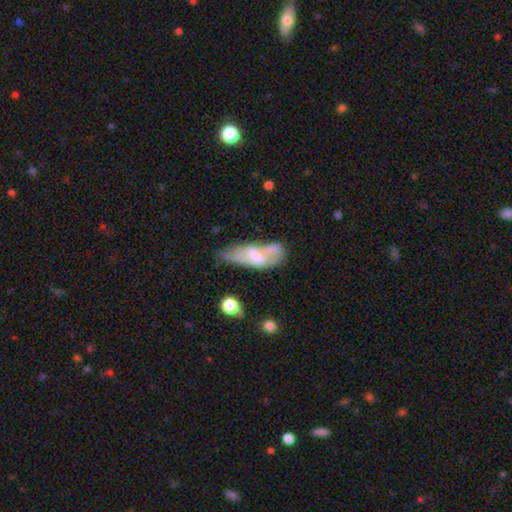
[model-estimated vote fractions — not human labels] Q: Smooth or featured?
A: smooth (46%); runner-up: featured or disk (45%)
Q: Merging?
A: none (27%); runner-up: merger (24%)